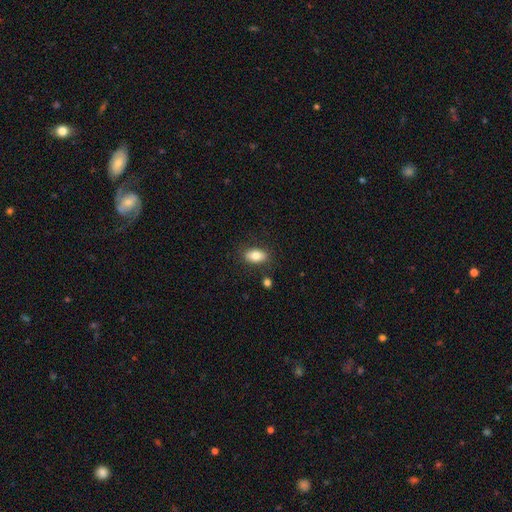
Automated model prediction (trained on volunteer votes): smooth 81%, featured or disk 11%, star or artifact 8%. Down the decision tree: how rounded — in between (89%); merging — none (83%).